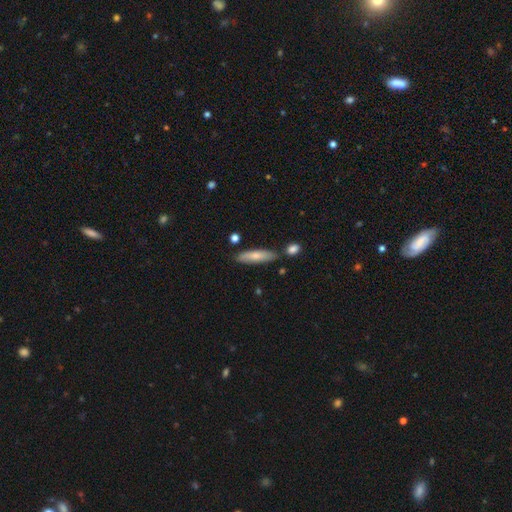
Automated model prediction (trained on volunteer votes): Smooth or featured? Predicted: smooth (p=0.72). How rounded? Predicted: cigar-shaped (p=0.71). Merging? Predicted: none (p=0.78).